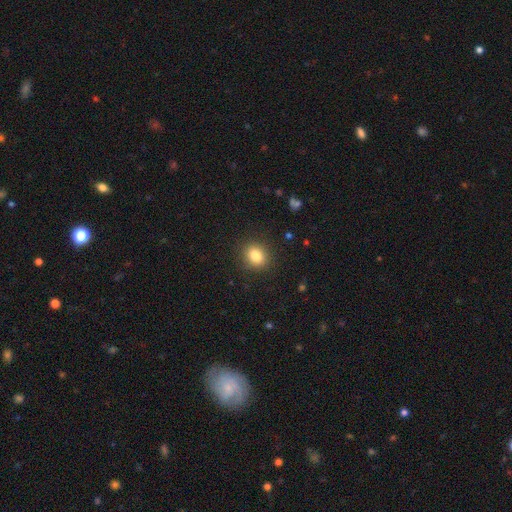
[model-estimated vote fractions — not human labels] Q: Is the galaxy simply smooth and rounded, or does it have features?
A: smooth — 84%.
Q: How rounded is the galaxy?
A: round — 62%.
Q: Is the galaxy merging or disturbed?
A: none — 89%.